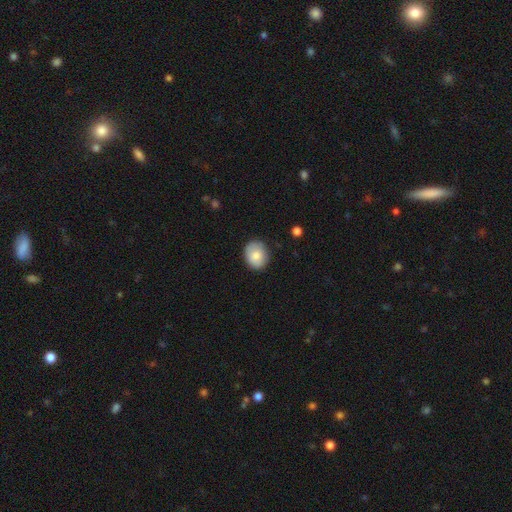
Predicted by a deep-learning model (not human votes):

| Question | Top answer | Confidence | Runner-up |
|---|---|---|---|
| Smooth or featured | smooth | 80% | featured or disk (13%) |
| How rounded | round | 59% | in between (40%) |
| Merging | none | 83% | minor disturbance (13%) |